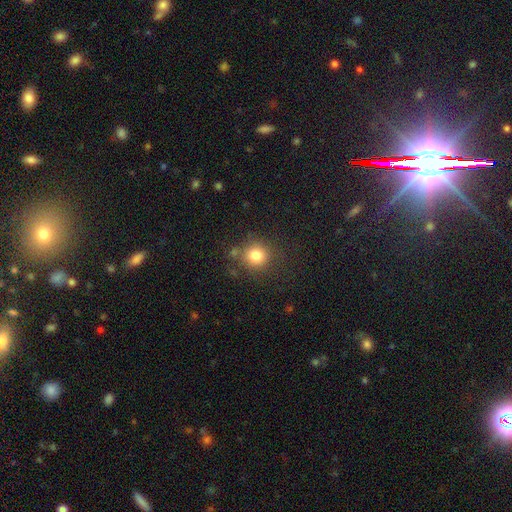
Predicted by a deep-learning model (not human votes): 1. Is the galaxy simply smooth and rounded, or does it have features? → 80% smooth, 12% star or artifact, 7% featured or disk.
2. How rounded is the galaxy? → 89% round, 10% in between, 1% cigar-shaped.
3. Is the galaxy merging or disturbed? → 79% none, 11% minor disturbance, 6% merger, 5% major disturbance.